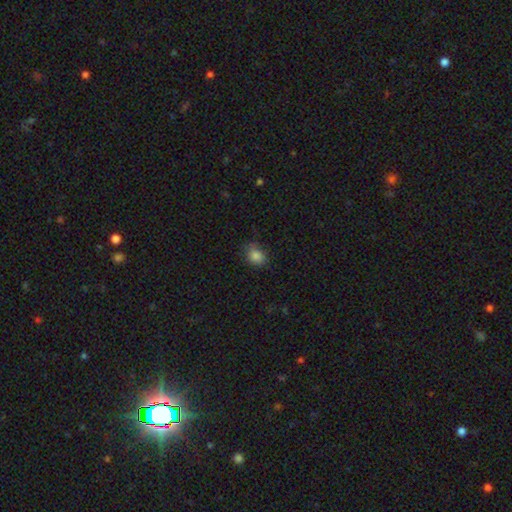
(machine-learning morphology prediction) Smooth or featured? Predicted: smooth (p=0.85). How rounded? Predicted: in between (p=0.51). Merging? Predicted: none (p=0.72).